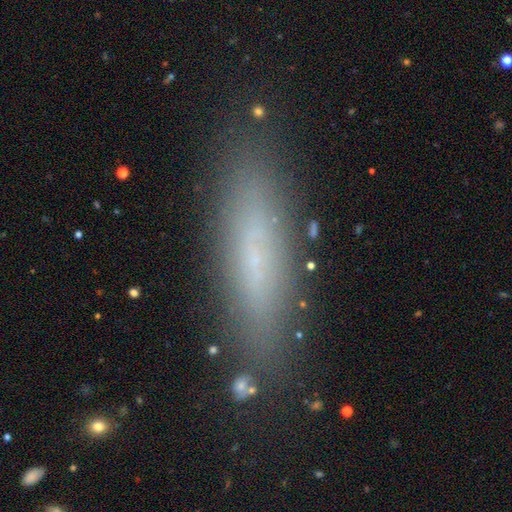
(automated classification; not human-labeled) A smooth galaxy with no disk features (59%) that is cigar-shaped (75%).

Vote fractions:
- Smooth or featured? smooth: 59% / featured or disk: 29% / star or artifact: 12%
- How rounded? cigar-shaped: 75% / in between: 23% / round: 2%
- Merging? none: 86% / minor disturbance: 9% / major disturbance: 3% / merger: 2%